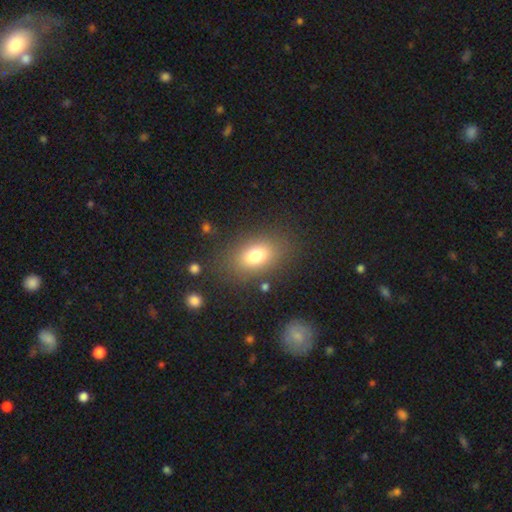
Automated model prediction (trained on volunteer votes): Overall: smooth (74%). How rounded: in between (77%). Merging: none (82%).